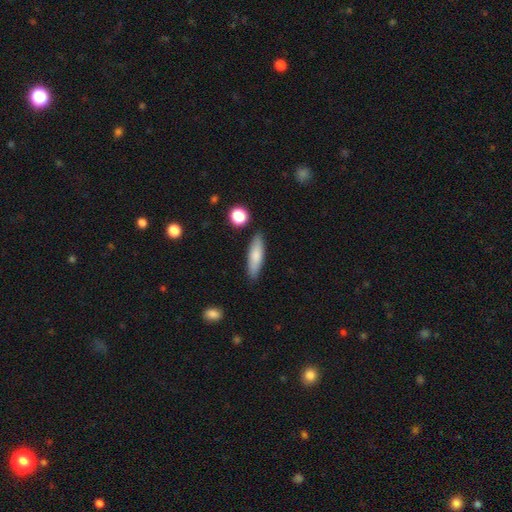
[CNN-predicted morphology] smooth 79%, featured or disk 15%, star or artifact 7%. Down the decision tree: how rounded — cigar-shaped (64%); merging — none (86%).